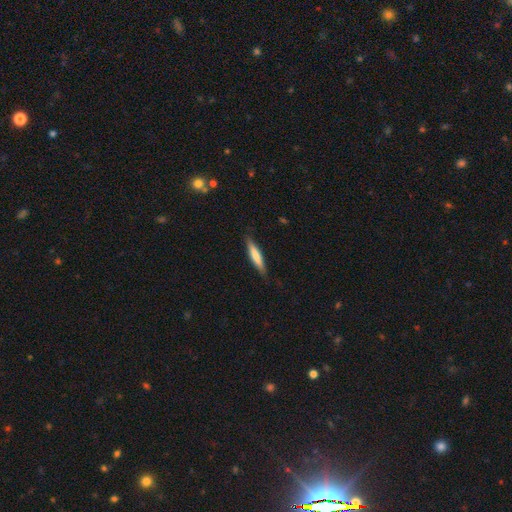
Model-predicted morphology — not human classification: smooth-or-featured: smooth: 68% | featured or disk: 27% | star or artifact: 5%
  how-rounded: cigar-shaped: 88% | in between: 11% | round: 1%
  merging: none: 86% | minor disturbance: 11% | major disturbance: 2% | merger: 1%